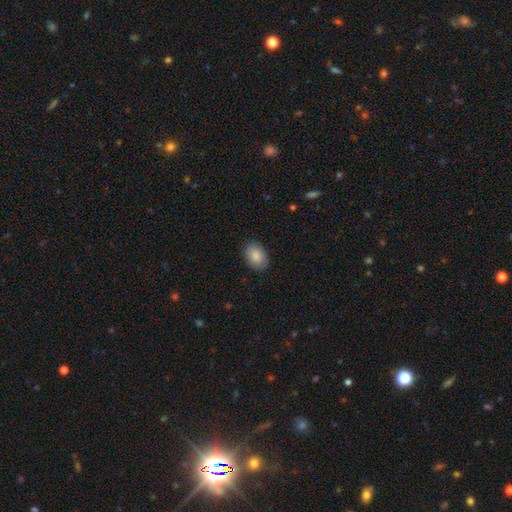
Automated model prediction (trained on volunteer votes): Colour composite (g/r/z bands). It shows a smooth galaxy with no disk features (87%) that is in between round and cigar-shaped (81%). Merging: none (86%).